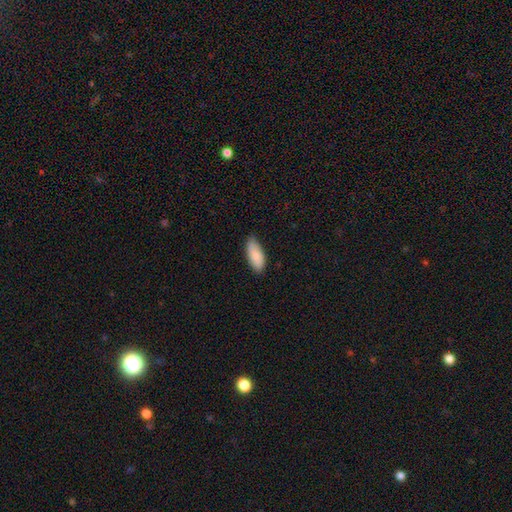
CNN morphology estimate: smooth-or-featured: smooth: 87% | featured or disk: 7% | star or artifact: 6%
  how-rounded: in between: 84% | cigar-shaped: 14% | round: 2%
  merging: none: 78% | minor disturbance: 18% | major disturbance: 2% | merger: 1%